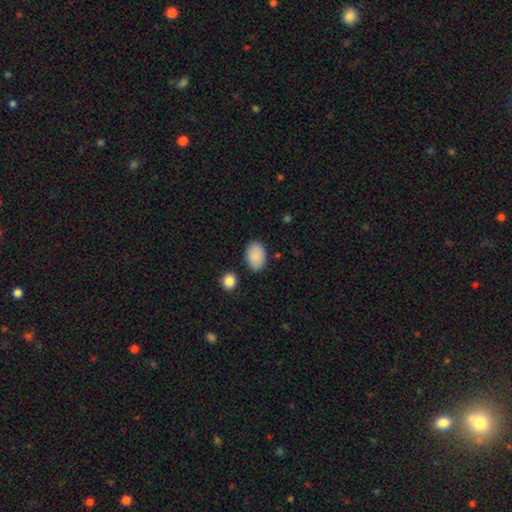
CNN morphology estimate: Smooth or featured? Predicted: smooth (p=0.90). How rounded? Predicted: in between (p=0.87). Merging? Predicted: none (p=0.85).